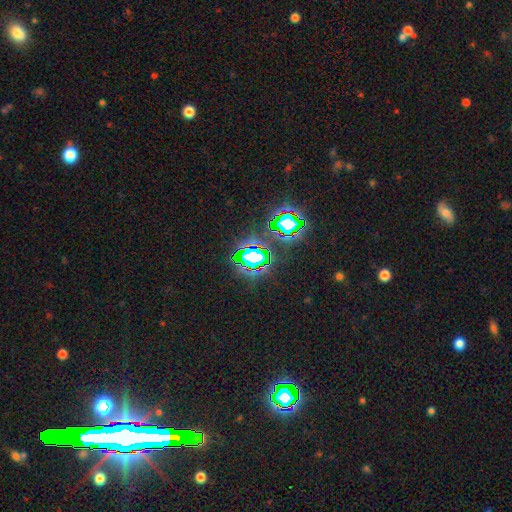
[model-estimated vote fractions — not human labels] This is clearly a star or artifact rather than a galaxy (82%).